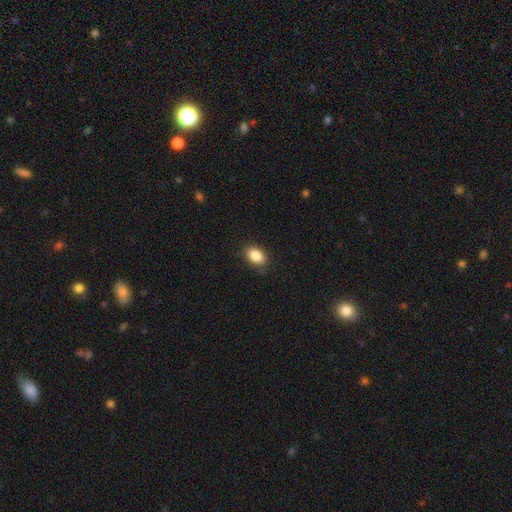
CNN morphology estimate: Smooth or featured? smooth (87%)
How rounded? in between (86%)
Merging? none (86%)